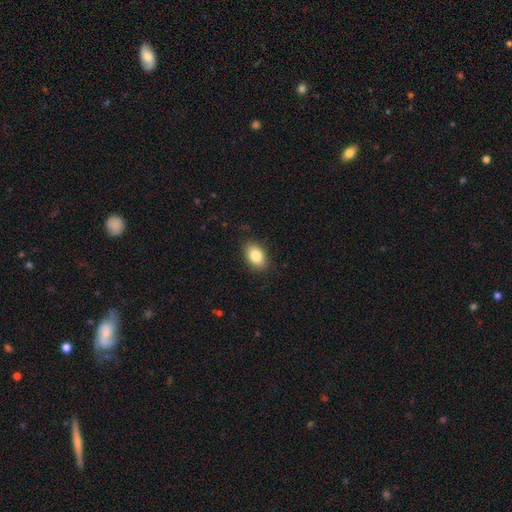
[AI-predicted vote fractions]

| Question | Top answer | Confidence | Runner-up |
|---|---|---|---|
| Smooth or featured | smooth | 84% | star or artifact (8%) |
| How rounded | in between | 85% | round (14%) |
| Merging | none | 87% | minor disturbance (10%) |